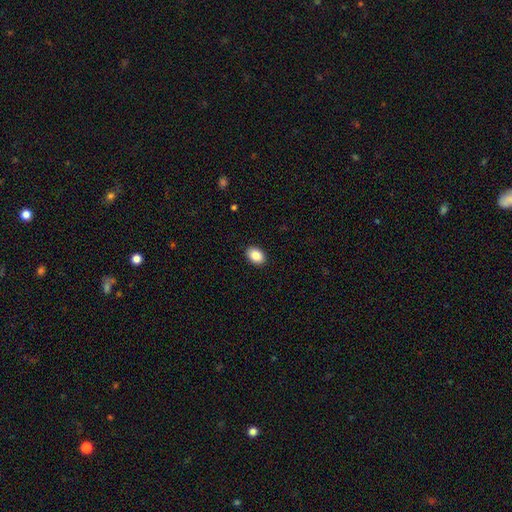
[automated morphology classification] This is clearly a smooth galaxy (88%). How rounded: clearly in between (81%). Merging: clearly none (90%).